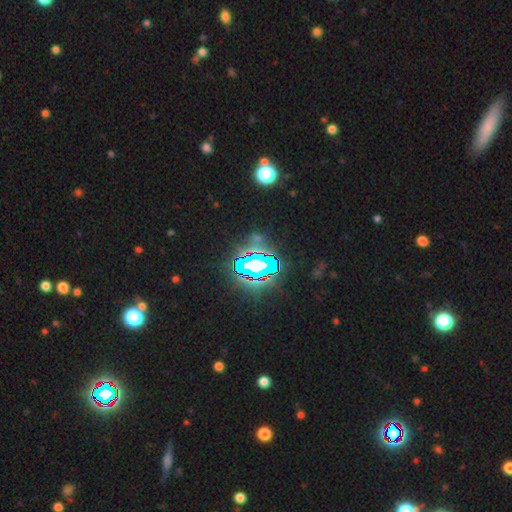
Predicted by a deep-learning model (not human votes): Smooth or featured? Predicted: star or artifact (p=0.79).